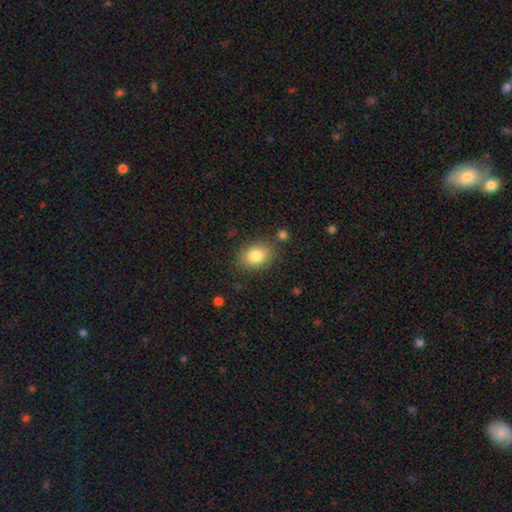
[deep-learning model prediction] This appears to be a smooth galaxy with no disk features (83%) that is in between round and cigar-shaped (75%). Merging: none (79%).